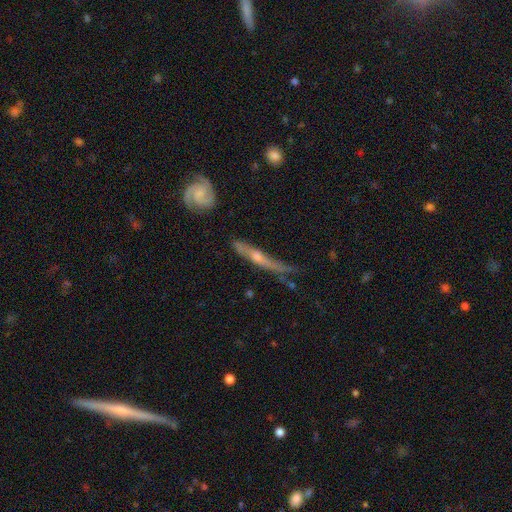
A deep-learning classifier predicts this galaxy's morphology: This is likely a featured or disk galaxy (70%). It is likely viewed edge-on (80%). Edge-on bulge: likely rounded (70%). Merging: possibly none (50%).